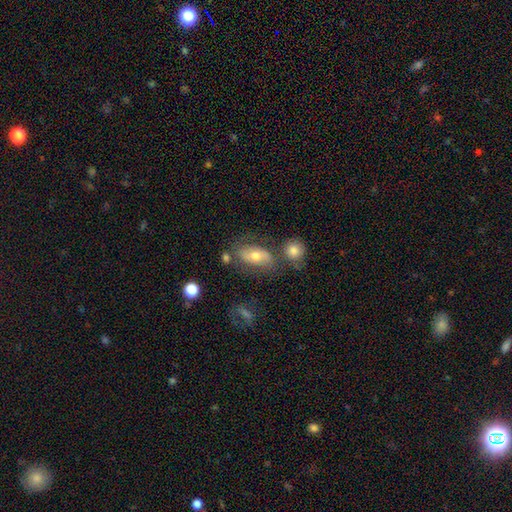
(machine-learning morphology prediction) Smooth or featured?
  - smooth: 55% *
  - featured or disk: 35%
  - star or artifact: 10%
How rounded?
  - in between: 83% *
  - round: 9%
  - cigar-shaped: 8%
Merging?
  - none: 58% *
  - minor disturbance: 18%
  - merger: 16%
  - major disturbance: 9%